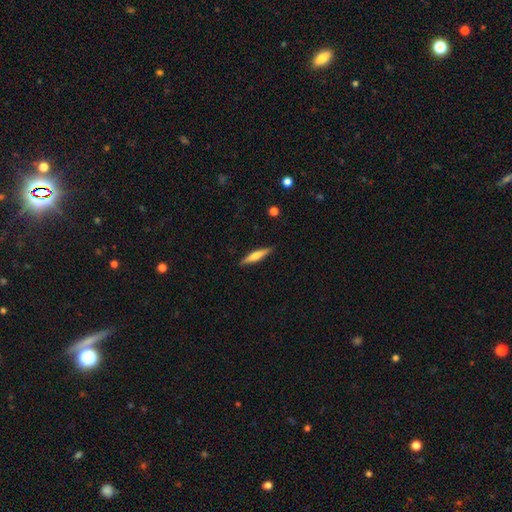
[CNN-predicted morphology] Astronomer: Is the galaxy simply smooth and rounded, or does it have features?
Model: smooth — 52% (runner-up: featured or disk, 42%).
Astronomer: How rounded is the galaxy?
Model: cigar-shaped — 89%.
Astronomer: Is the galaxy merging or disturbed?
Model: none — 90%.